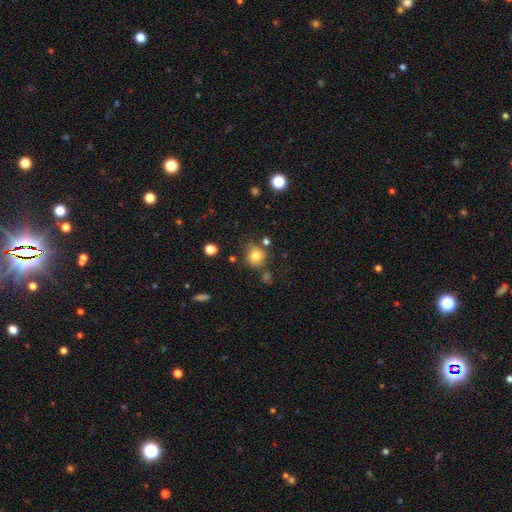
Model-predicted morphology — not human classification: Smooth or featured? Predicted: smooth (p=0.80). How rounded? Predicted: round (p=0.81). Merging? Predicted: none (p=0.70).